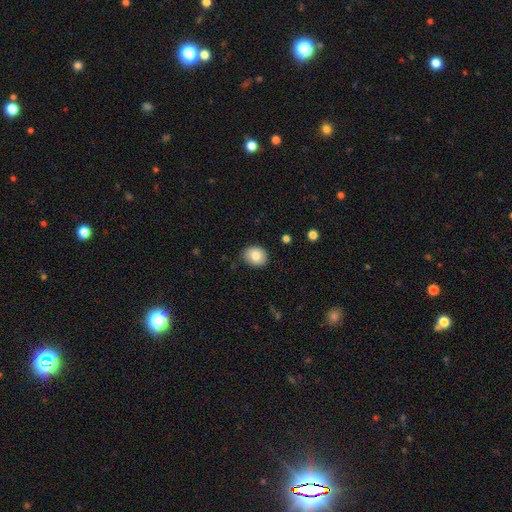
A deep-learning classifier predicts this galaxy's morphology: Smooth or featured?
  - smooth: 82% *
  - featured or disk: 9%
  - star or artifact: 8%
How rounded?
  - round: 57% *
  - in between: 42%
  - cigar-shaped: 1%
Merging?
  - none: 81% *
  - minor disturbance: 15%
  - major disturbance: 3%
  - merger: 1%